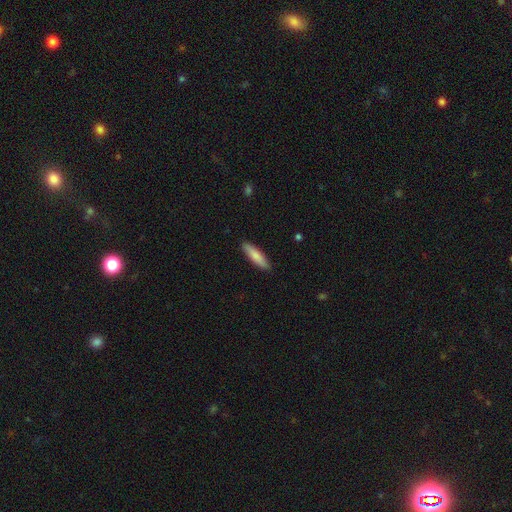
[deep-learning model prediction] Smooth or featured? Predicted: smooth (p=0.81). How rounded? Predicted: cigar-shaped (p=0.74). Merging? Predicted: none (p=0.89).